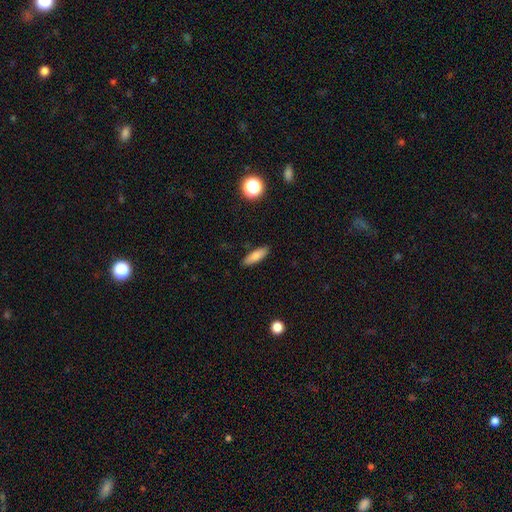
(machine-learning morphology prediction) Overall: smooth (81%). How rounded: in between (51%; cigar-shaped 46%). Merging: none (88%).